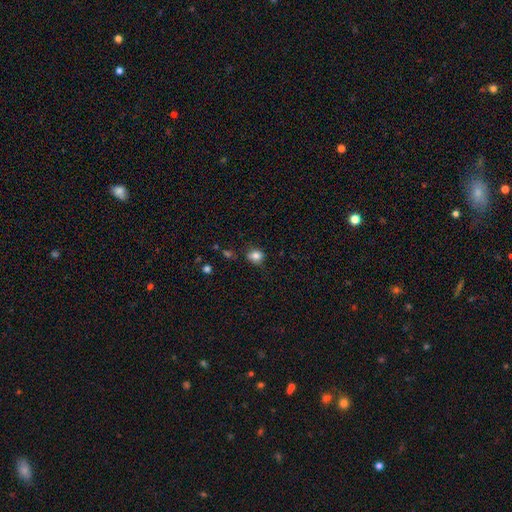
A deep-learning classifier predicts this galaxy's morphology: This appears to be a smooth galaxy with no disk features (82%) that is round (63%). Merging: none (68%).